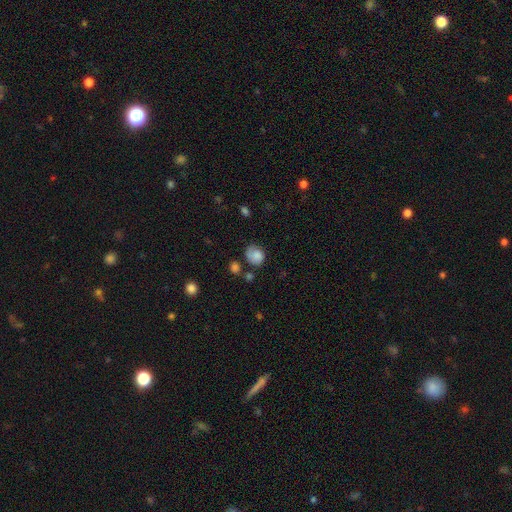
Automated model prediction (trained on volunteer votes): smooth-or-featured: smooth: 78% | featured or disk: 13% | star or artifact: 9%
  how-rounded: round: 60% | in between: 39% | cigar-shaped: 1%
  merging: none: 48% | minor disturbance: 30% | major disturbance: 15% | merger: 7%